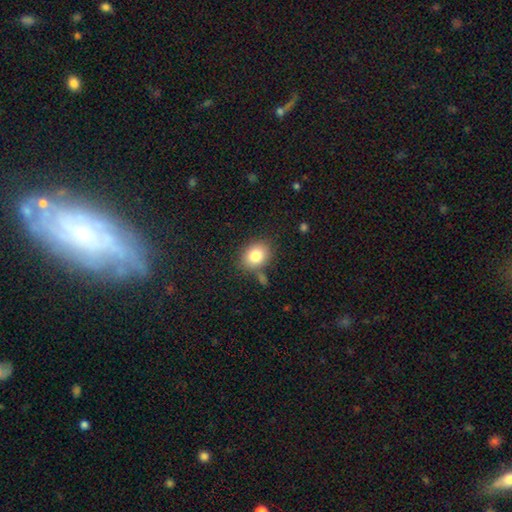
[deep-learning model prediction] The model was most divided on "how rounded": in between: 54%, round: 45%, cigar-shaped: 1%. More confident: smooth or featured — smooth (81%); merging — none (74%).